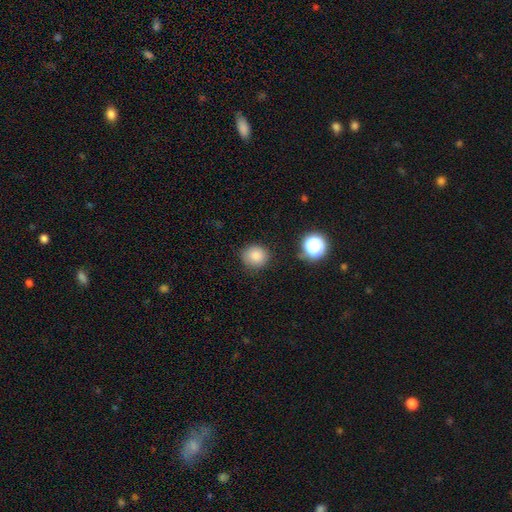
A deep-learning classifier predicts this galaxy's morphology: Q: Smooth or featured?
A: smooth (82%); runner-up: star or artifact (12%)
Q: How rounded?
A: round (88%); runner-up: in between (11%)
Q: Merging?
A: none (84%); runner-up: minor disturbance (11%)